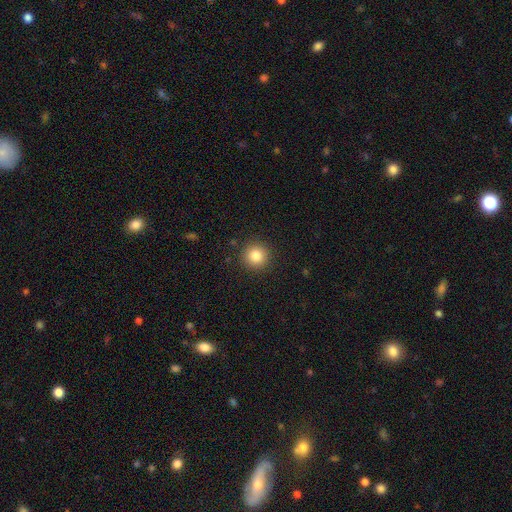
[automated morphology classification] Q: Smooth or featured?
A: smooth (84%); runner-up: star or artifact (10%)
Q: How rounded?
A: round (95%); runner-up: in between (4%)
Q: Merging?
A: none (91%); runner-up: minor disturbance (6%)